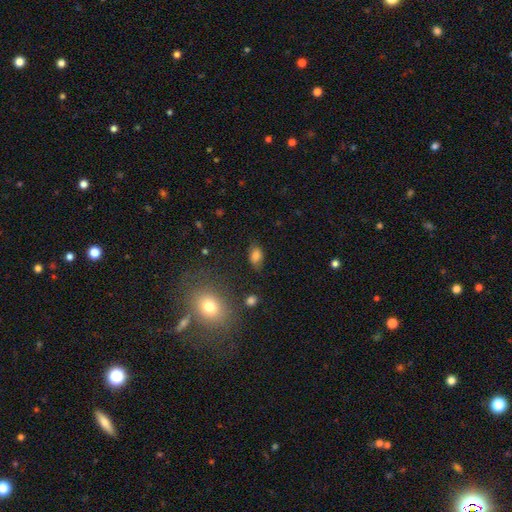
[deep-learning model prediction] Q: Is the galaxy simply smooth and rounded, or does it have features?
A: smooth — 77%.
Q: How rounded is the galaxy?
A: in between — 85%.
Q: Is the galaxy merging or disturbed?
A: none — 70%.